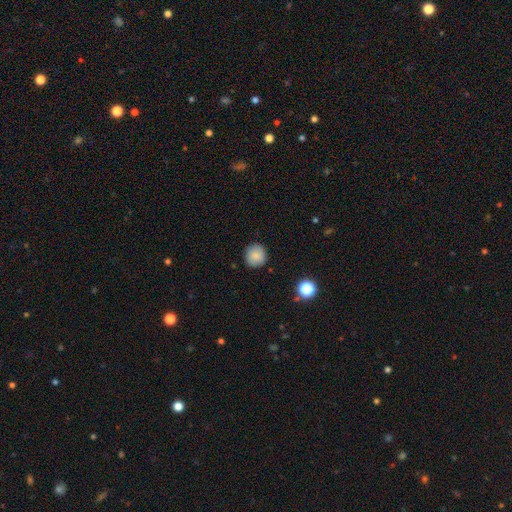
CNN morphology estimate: Smooth or featured? Predicted: smooth (p=0.85). How rounded? Predicted: round (p=0.92). Merging? Predicted: none (p=0.88).